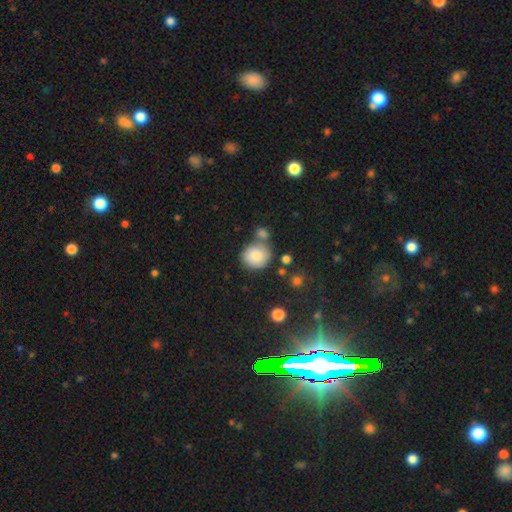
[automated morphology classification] Smooth or featured? Predicted: smooth (p=0.82). How rounded? Predicted: round (p=0.83). Merging? Predicted: none (p=0.61).